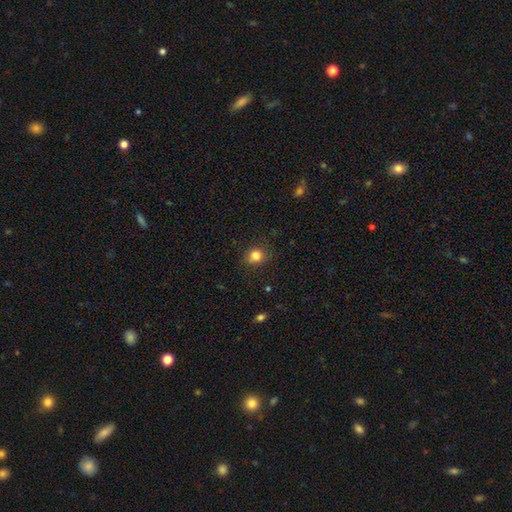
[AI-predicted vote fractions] Smooth or featured? smooth (83%)
How rounded? round (79%)
Merging? none (80%)